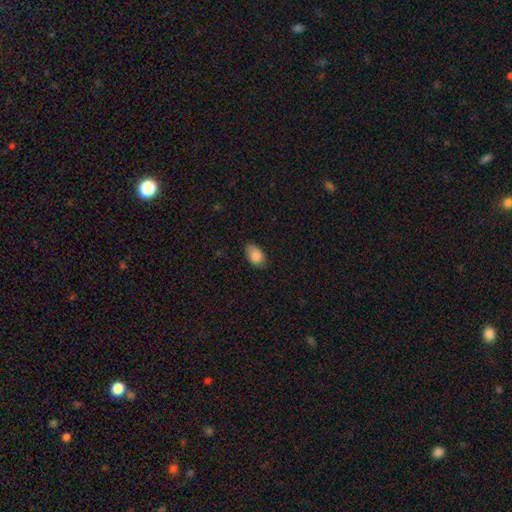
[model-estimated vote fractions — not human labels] Overall: smooth (86%). How rounded: in between (88%). Merging: none (78%).